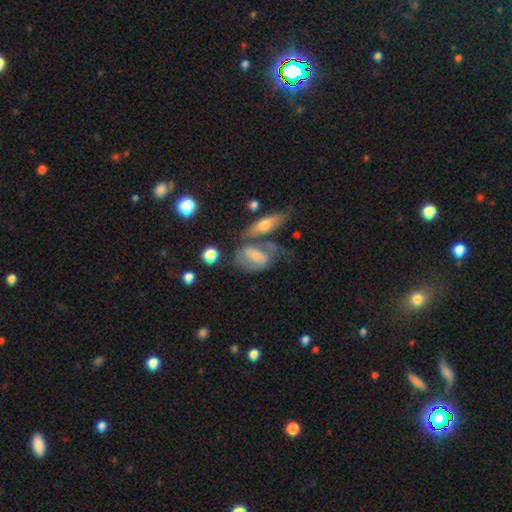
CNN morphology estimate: Overall: smooth (54%; featured or disk 38%). How rounded: in between (78%). Merging: none (34%; merger 33%).